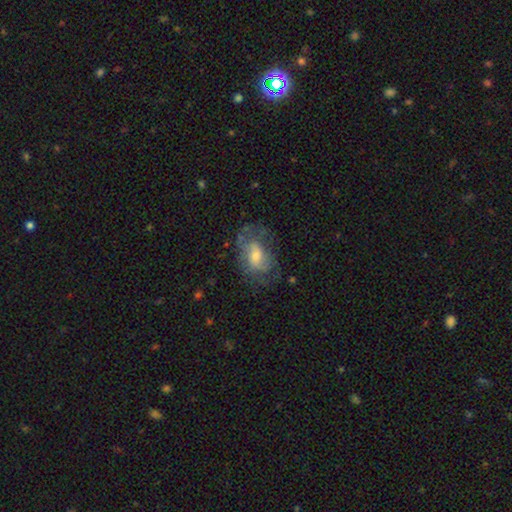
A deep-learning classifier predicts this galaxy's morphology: Smooth or featured? Predicted: featured or disk (p=0.54). Edge-on disk? Predicted: no (p=0.95). Bar? Predicted: no (p=0.55). Spiral arms? Predicted: yes (p=0.62). Bulge size? Predicted: moderate (p=0.51). Merging? Predicted: none (p=0.53).